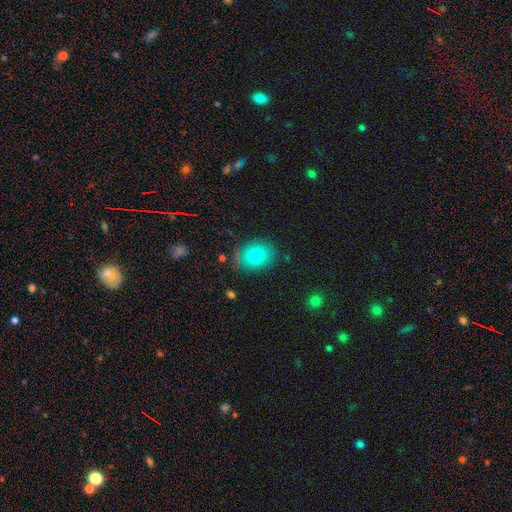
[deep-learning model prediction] Smooth or featured? Predicted: smooth (p=0.78). How rounded? Predicted: round (p=0.55). Merging? Predicted: none (p=0.80).